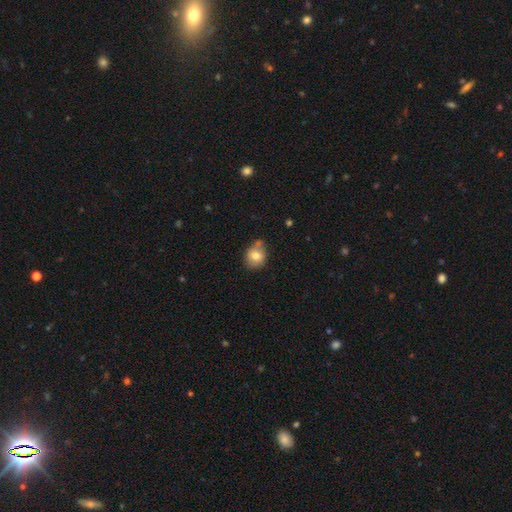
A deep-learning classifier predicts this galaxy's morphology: smooth-or-featured: smooth: 77% | featured or disk: 14% | star or artifact: 9%
  how-rounded: round: 62% | in between: 37% | cigar-shaped: 1%
  merging: none: 60% | minor disturbance: 21% | merger: 15% | major disturbance: 4%